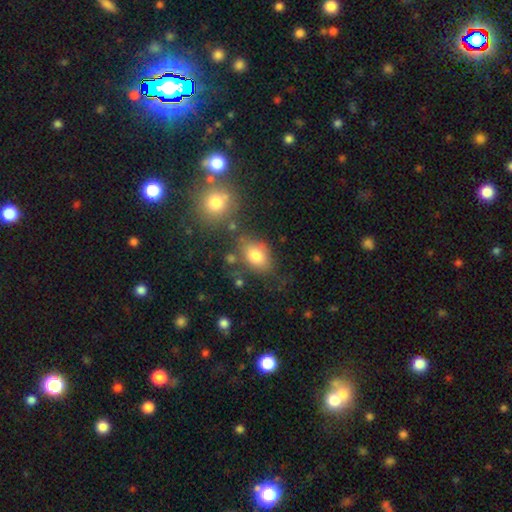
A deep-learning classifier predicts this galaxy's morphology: Smooth or featured: smooth — 79% (featured or disk — 11%)
How rounded: in between — 79% (round — 19%)
Merging: none — 61% (minor disturbance — 20%)